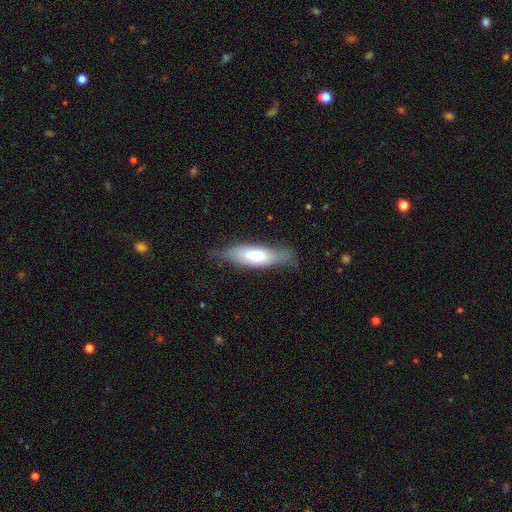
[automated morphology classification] The model was most divided on "how rounded": cigar-shaped: 50%, in between: 48%, round: 2%. More confident: merging — none (66%); smooth or featured — smooth (58%).